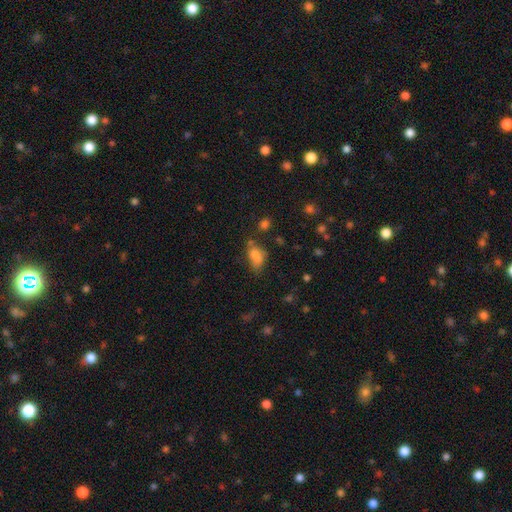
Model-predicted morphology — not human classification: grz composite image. It shows a smooth galaxy with no disk features (73%) that is in between round and cigar-shaped (81%). Merging: none (37%).